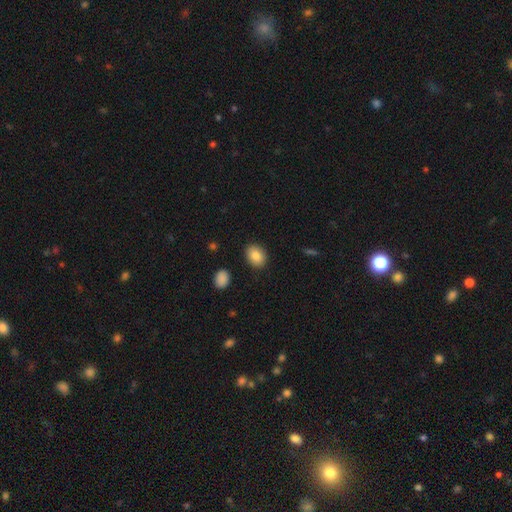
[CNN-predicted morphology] smooth-or-featured: smooth: 86% | star or artifact: 8% | featured or disk: 7%
  how-rounded: in between: 66% | round: 33% | cigar-shaped: 1%
  merging: none: 89% | minor disturbance: 7% | major disturbance: 2% | merger: 1%